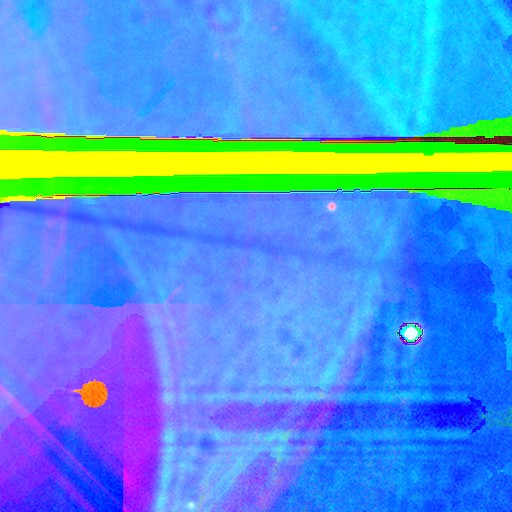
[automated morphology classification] smooth-or-featured: star or artifact: 85% | featured or disk: 9% | smooth: 6%